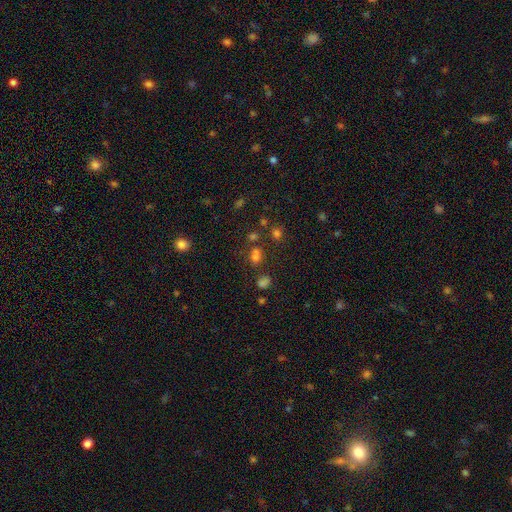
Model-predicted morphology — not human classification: Smooth or featured? smooth (50%)
How rounded? round (61%)
Merging? none (58%)